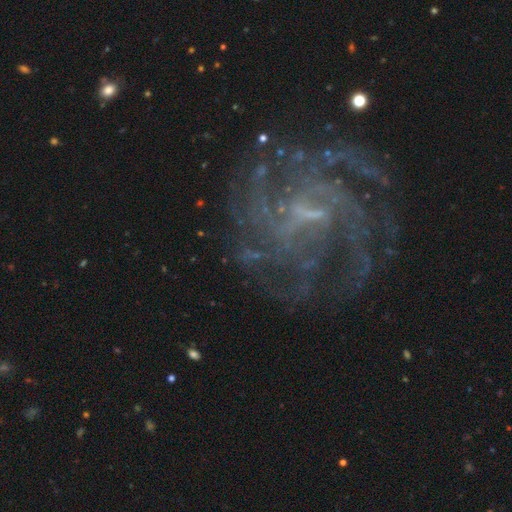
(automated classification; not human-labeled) A featured or disk galaxy (85%) with a weak bar (55%), tight (46%) spiral arms (94%) and a small central bulge (49%). Merging: none (70%).